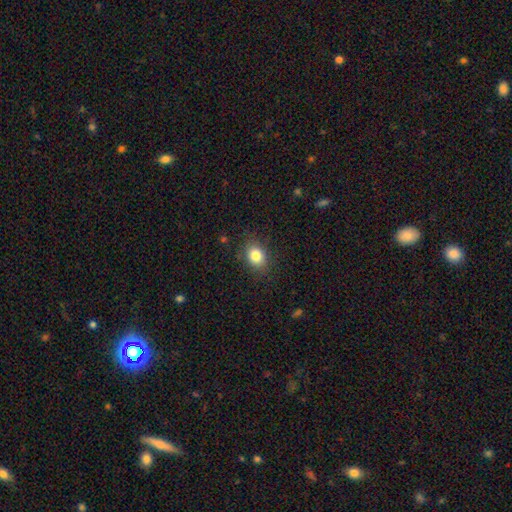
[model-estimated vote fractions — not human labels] Smooth or featured? Predicted: smooth (p=0.82). How rounded? Predicted: in between (p=0.54). Merging? Predicted: none (p=0.84).